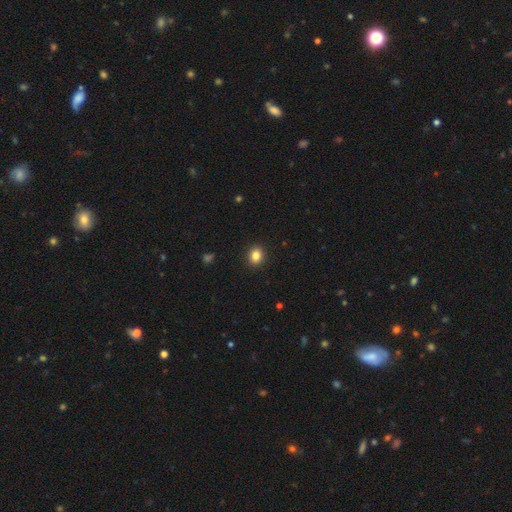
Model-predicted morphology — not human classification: smooth_or_featured: smooth (p=0.84) [alt: star or artifact p=0.10]
how_rounded: round (p=0.60) [alt: in between p=0.39]
merging: none (p=0.92) [alt: minor disturbance p=0.06]